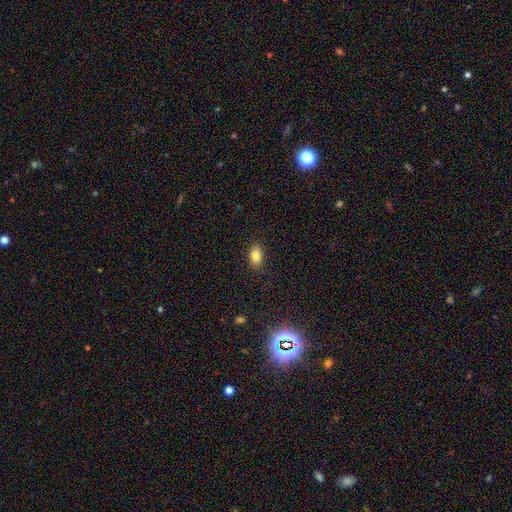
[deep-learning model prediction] Overall: smooth (83%). How rounded: in between (82%). Merging: none (86%).